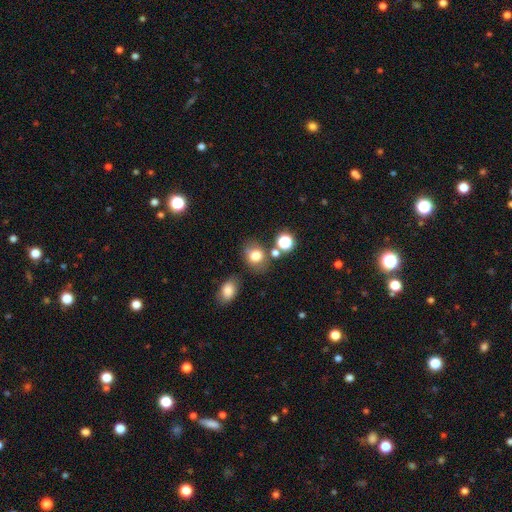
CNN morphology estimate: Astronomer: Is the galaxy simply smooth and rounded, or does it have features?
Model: smooth — 74%.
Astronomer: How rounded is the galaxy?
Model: round — 54% (runner-up: in between, 45%).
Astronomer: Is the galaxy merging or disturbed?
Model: none — 65%.